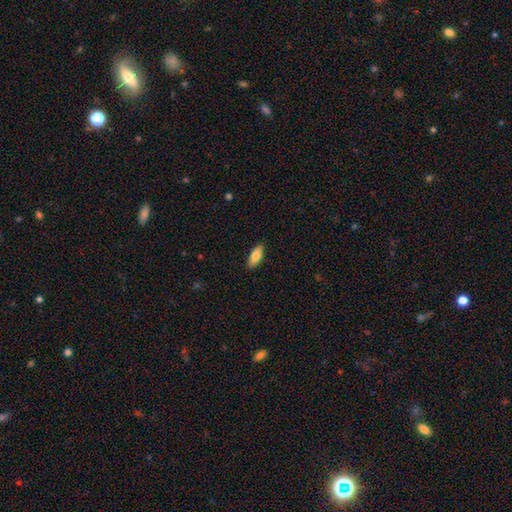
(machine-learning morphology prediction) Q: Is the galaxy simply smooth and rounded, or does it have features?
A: smooth — 81%.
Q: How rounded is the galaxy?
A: in between — 76%.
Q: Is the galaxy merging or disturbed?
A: none — 89%.